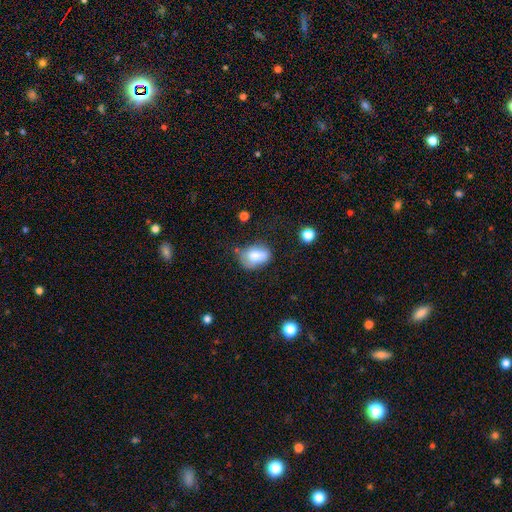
Q: Smooth or featured?
A: smooth (80%); runner-up: featured or disk (12%)
Q: How rounded?
A: in between (84%); runner-up: round (12%)
Q: Merging?
A: none (54%); runner-up: minor disturbance (35%)